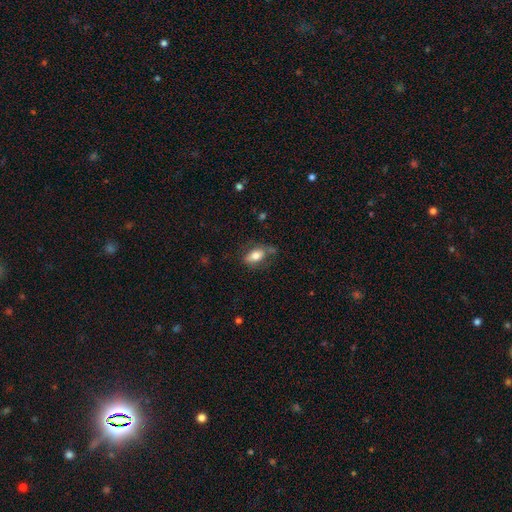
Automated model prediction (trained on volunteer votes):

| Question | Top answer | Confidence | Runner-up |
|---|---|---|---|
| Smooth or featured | smooth | 72% | featured or disk (21%) |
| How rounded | in between | 88% | round (7%) |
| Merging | none | 60% | minor disturbance (24%) |